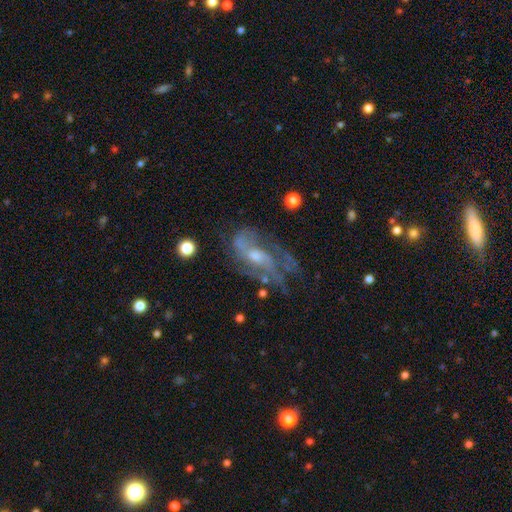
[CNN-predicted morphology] Overall: featured or disk (80%). Edge-on disk: no (94%). Bar: no (54%; weak 37%). Spiral arms: yes (84%). Spiral arm count: 2 (42%; can't tell 29%). Spiral winding: medium (45%; loose 31%). Bulge size: moderate (49%; small 39%). Merging: none (46%; major disturbance 28%).